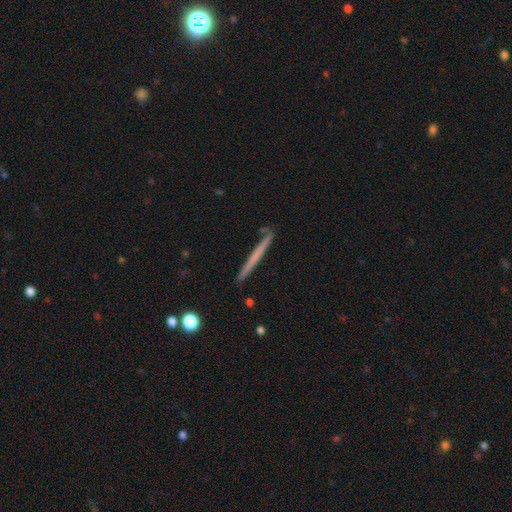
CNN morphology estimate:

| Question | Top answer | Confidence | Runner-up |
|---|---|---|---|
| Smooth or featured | smooth | 50% | featured or disk (44%) |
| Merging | none | 89% | minor disturbance (8%) |